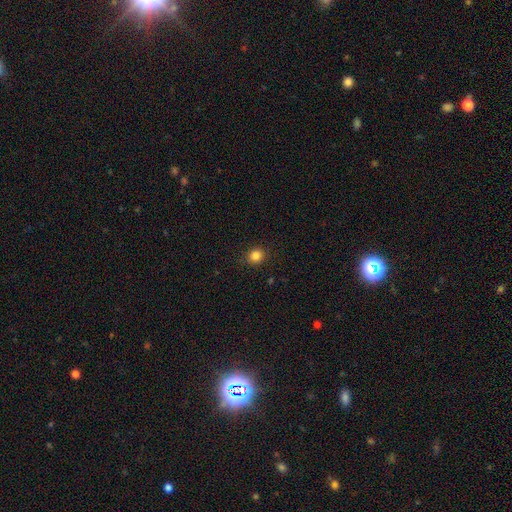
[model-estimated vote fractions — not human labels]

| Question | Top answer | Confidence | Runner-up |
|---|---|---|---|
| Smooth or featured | smooth | 84% | star or artifact (12%) |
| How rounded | round | 81% | in between (19%) |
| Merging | none | 90% | minor disturbance (7%) |